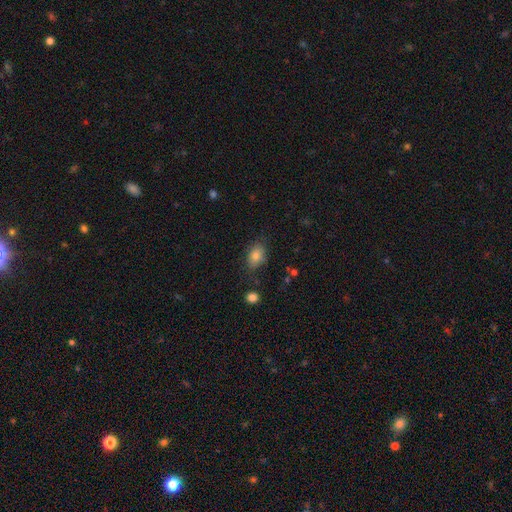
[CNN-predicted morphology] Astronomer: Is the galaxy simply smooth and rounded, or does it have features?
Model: smooth — 80%.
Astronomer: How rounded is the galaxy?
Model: in between — 82%.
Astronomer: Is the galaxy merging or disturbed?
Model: none — 75%.